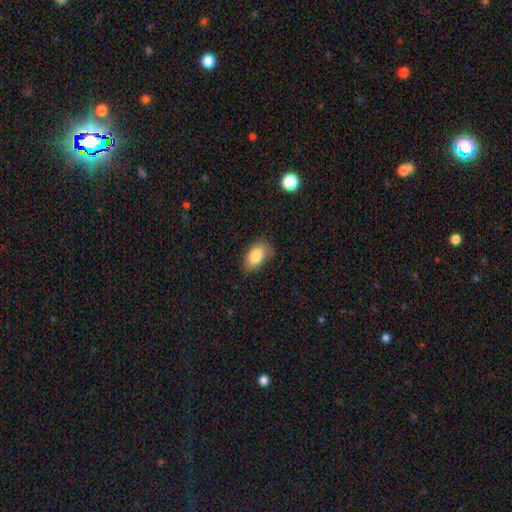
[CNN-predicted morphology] smooth 84%, featured or disk 9%, star or artifact 7%. Down the decision tree: how rounded — in between (91%); merging — none (64%).